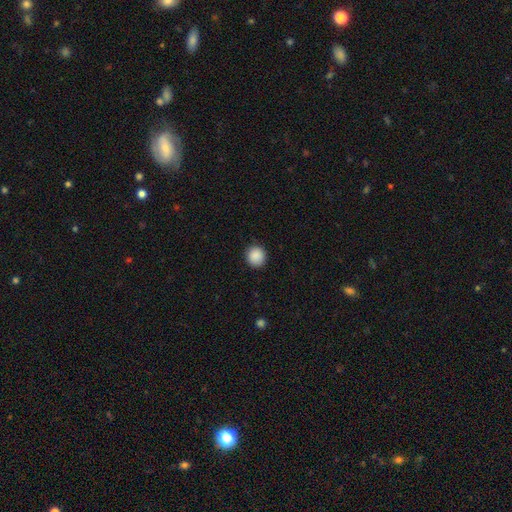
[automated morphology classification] smooth 89%, star or artifact 8%, featured or disk 2%. Down the decision tree: how rounded — round (92%); merging — none (90%).